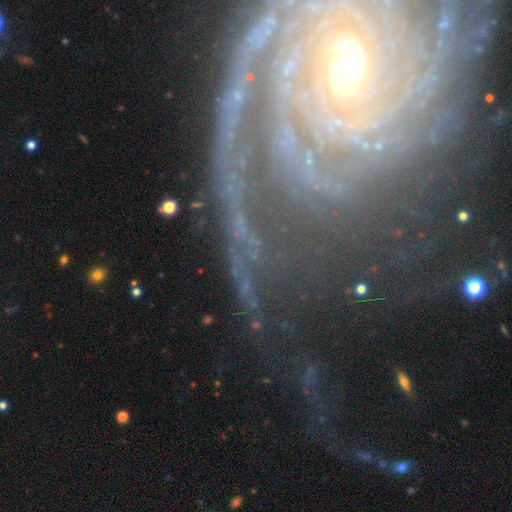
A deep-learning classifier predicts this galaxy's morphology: Q: Smooth or featured?
A: featured or disk (71%); runner-up: star or artifact (18%)
Q: Edge-on disk?
A: no (92%); runner-up: yes (8%)
Q: Bar?
A: no (50%); runner-up: weak (26%)
Q: Spiral arms?
A: yes (89%); runner-up: no (11%)
Q: Spiral winding?
A: tight (58%); runner-up: medium (28%)
Q: Spiral arm count?
A: can't tell (24%); runner-up: 2 (22%)
Q: Bulge size?
A: small (56%); runner-up: moderate (27%)
Q: Merging?
A: none (62%); runner-up: major disturbance (18%)